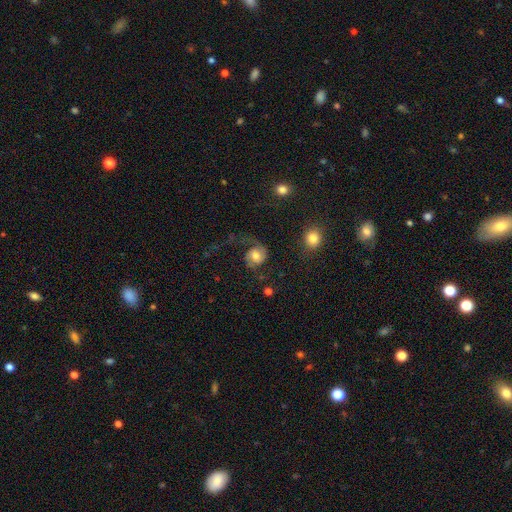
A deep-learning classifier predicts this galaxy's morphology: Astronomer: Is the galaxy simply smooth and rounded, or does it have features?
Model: featured or disk — 64%.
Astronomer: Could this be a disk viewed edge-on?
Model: no — 97%.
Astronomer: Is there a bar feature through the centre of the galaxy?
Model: no — 64%.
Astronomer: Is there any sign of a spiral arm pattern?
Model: yes — 91%.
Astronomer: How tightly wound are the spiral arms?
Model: loose — 43% (runner-up: medium, 40%).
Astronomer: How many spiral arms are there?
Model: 2 — 61%.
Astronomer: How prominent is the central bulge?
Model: moderate — 63%.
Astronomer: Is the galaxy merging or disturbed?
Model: none — 45% (runner-up: major disturbance, 35%).